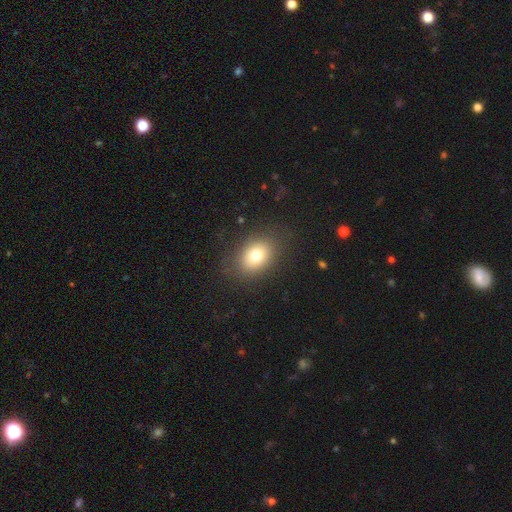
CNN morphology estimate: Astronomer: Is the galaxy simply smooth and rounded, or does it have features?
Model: smooth — 77%.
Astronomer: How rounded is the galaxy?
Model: in between — 67%.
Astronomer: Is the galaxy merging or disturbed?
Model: none — 81%.